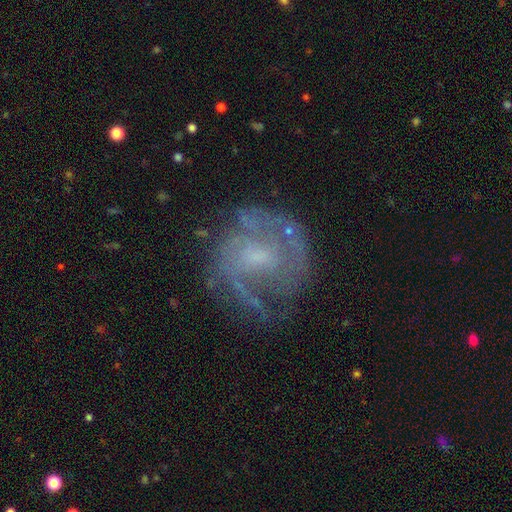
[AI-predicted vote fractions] Q: Smooth or featured?
A: featured or disk (76%); runner-up: smooth (15%)
Q: Edge-on disk?
A: no (98%); runner-up: yes (2%)
Q: Bar?
A: no (52%); runner-up: weak (40%)
Q: Spiral arms?
A: yes (80%); runner-up: no (20%)
Q: Spiral winding?
A: tight (41%); runner-up: medium (40%)
Q: Spiral arm count?
A: 2 (36%); runner-up: can't tell (33%)
Q: Bulge size?
A: small (39%); runner-up: moderate (33%)
Q: Merging?
A: none (63%); runner-up: minor disturbance (19%)